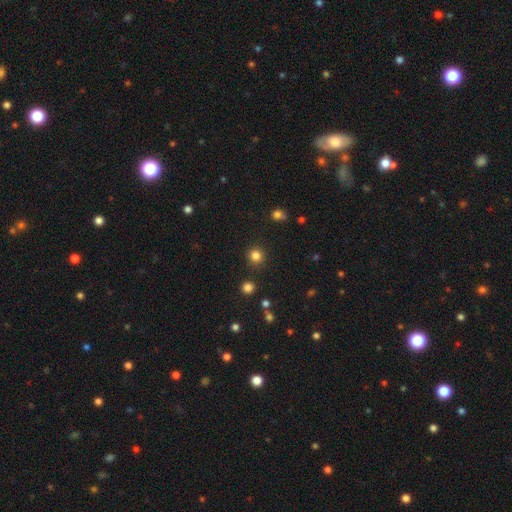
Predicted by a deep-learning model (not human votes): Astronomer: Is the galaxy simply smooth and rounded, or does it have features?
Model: smooth — 83%.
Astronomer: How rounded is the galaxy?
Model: round — 93%.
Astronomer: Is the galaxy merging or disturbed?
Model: none — 90%.